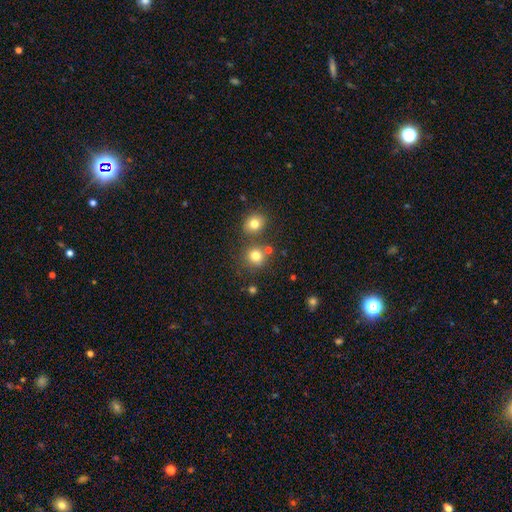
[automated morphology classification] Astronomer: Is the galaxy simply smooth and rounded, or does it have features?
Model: smooth — 78%.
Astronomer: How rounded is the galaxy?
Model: round — 86%.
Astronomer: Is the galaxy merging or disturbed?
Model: none — 71%.